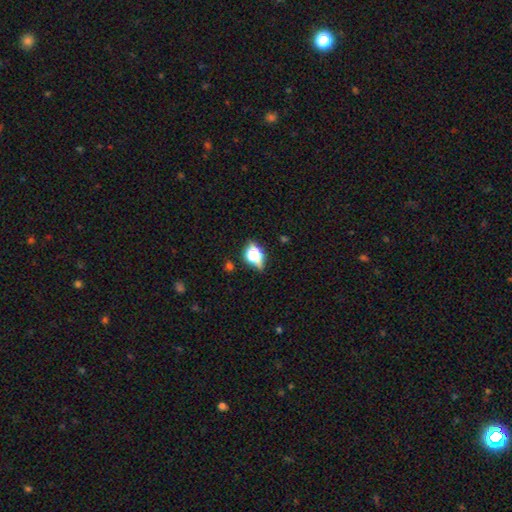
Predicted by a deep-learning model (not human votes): Overall: smooth (63%). How rounded: in between (53%; round 39%). Merging: none (64%).